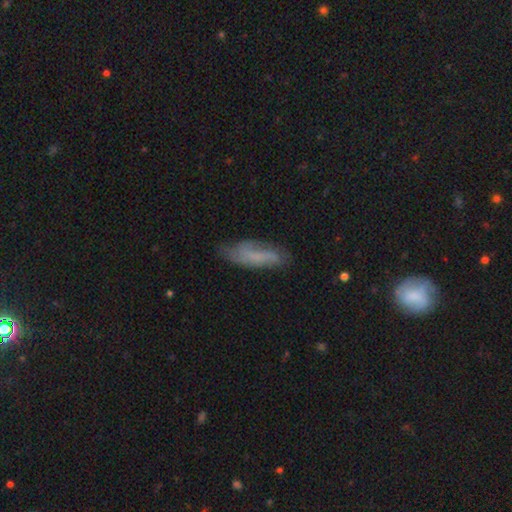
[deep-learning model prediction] This appears to be a smooth galaxy with no disk features (55%) that is cigar-shaped (51%). Merging: none (62%).